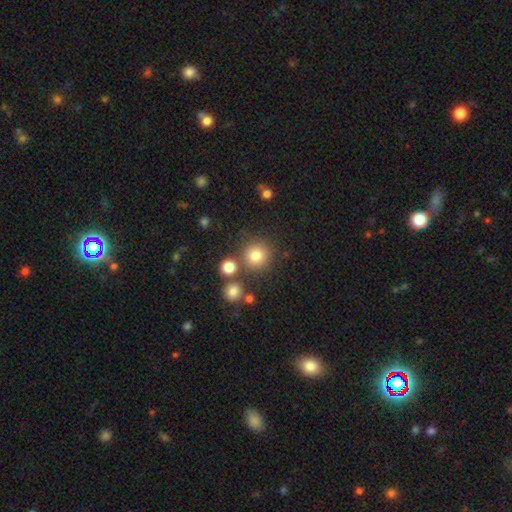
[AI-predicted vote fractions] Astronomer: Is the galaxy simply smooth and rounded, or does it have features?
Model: smooth — 80%.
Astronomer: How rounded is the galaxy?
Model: round — 93%.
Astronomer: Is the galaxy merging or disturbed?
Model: none — 78%.